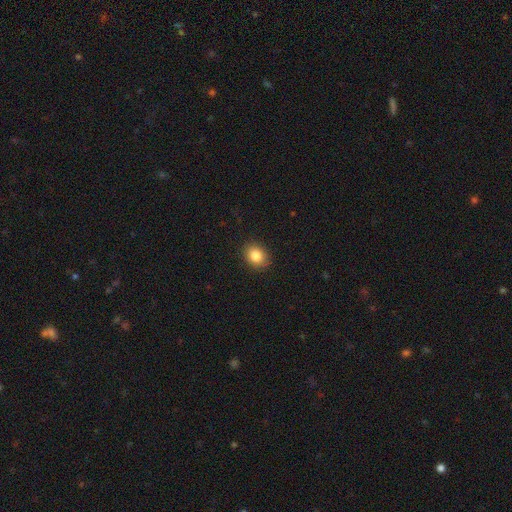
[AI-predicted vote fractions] The model was most divided on "how rounded": round: 56%, in between: 43%, cigar-shaped: 1%. More confident: merging — none (89%); smooth or featured — smooth (85%).